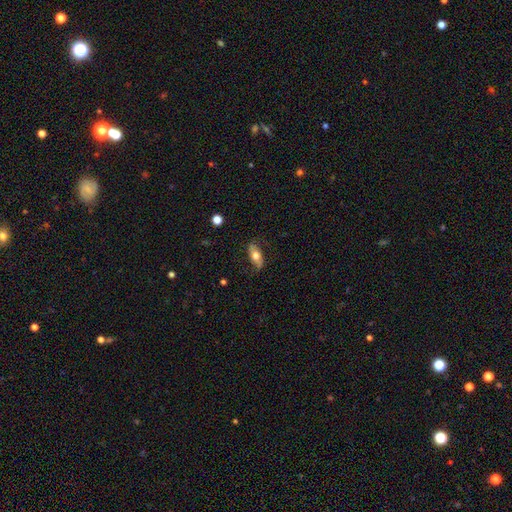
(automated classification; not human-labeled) A smooth galaxy with no disk features (56%) that is in between round and cigar-shaped (76%).

Vote fractions:
- Smooth or featured? smooth: 56% / featured or disk: 38% / star or artifact: 7%
- How rounded? in between: 76% / cigar-shaped: 20% / round: 4%
- Merging? none: 76% / minor disturbance: 18% / major disturbance: 5% / merger: 1%